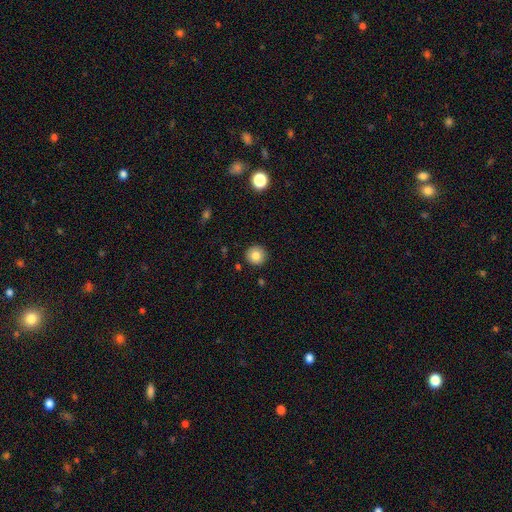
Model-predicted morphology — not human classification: This appears to be a smooth galaxy with no disk features (83%) that is round (95%). Merging: none (92%).